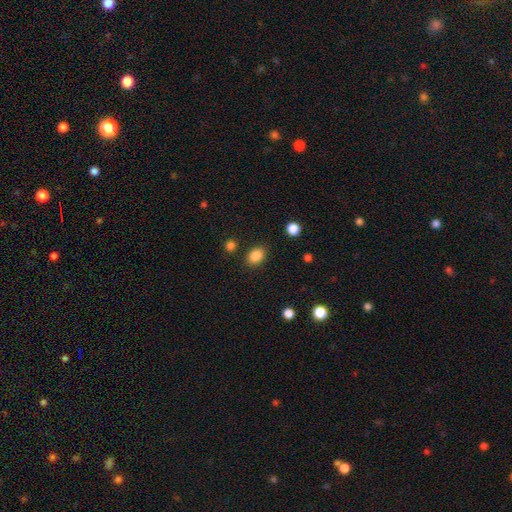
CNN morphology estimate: Q: Smooth or featured?
A: smooth (86%); runner-up: star or artifact (10%)
Q: How rounded?
A: in between (71%); runner-up: round (27%)
Q: Merging?
A: none (83%); runner-up: minor disturbance (11%)